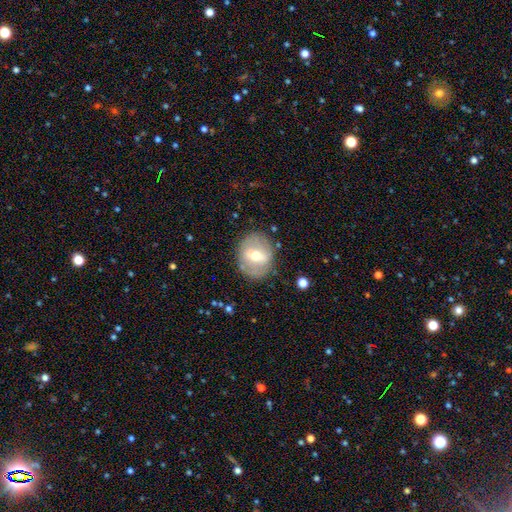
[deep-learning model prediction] The model was most divided on "smooth or featured": featured or disk: 52%, smooth: 40%, star or artifact: 7%. More confident: edge-on disk — no (92%); merging — none (78%).